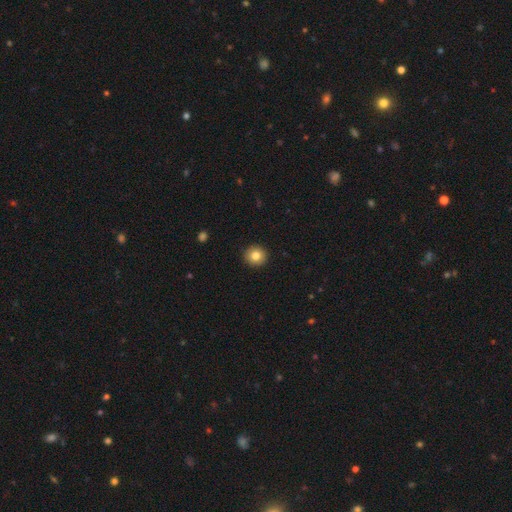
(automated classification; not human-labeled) Morphology: type=smooth (82%); roundness=round (94%); merging=none (93%).